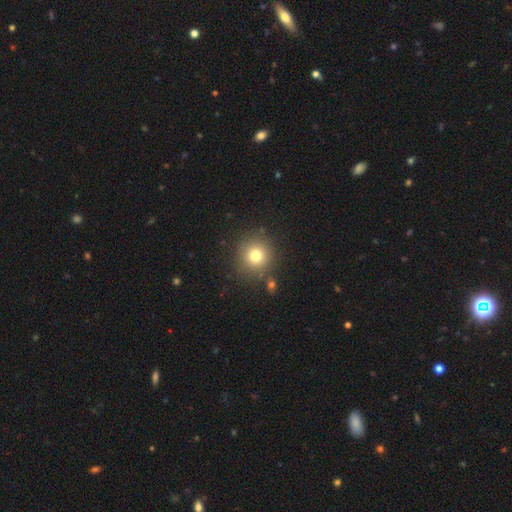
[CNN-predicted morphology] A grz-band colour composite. It shows a smooth galaxy with no disk features (77%) that is round (93%). Merging: none (85%).